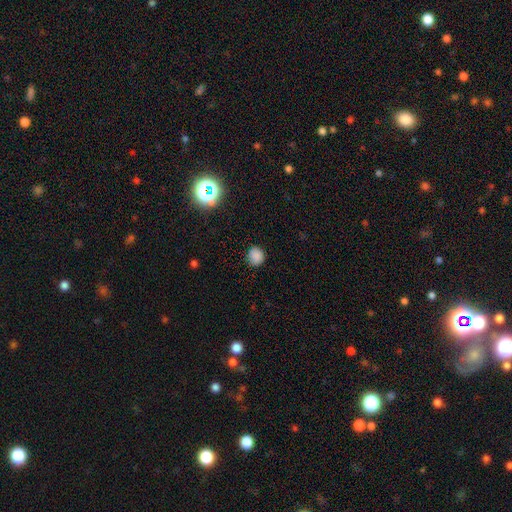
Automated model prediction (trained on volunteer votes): This appears to be a smooth galaxy with no disk features (82%) that is round (81%). Merging: none (82%).